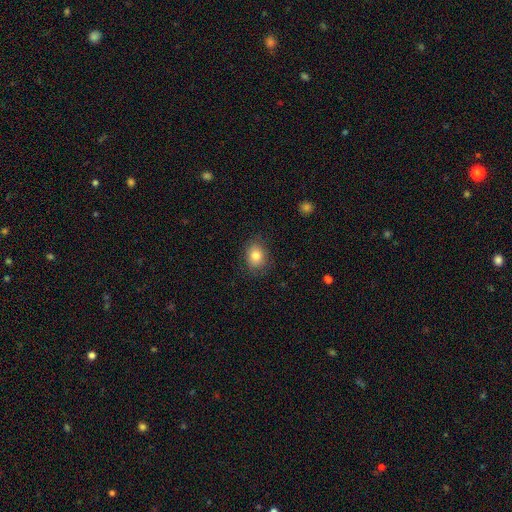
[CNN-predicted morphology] Smooth or featured? Predicted: smooth (p=0.82). How rounded? Predicted: round (p=0.51). Merging? Predicted: none (p=0.84).